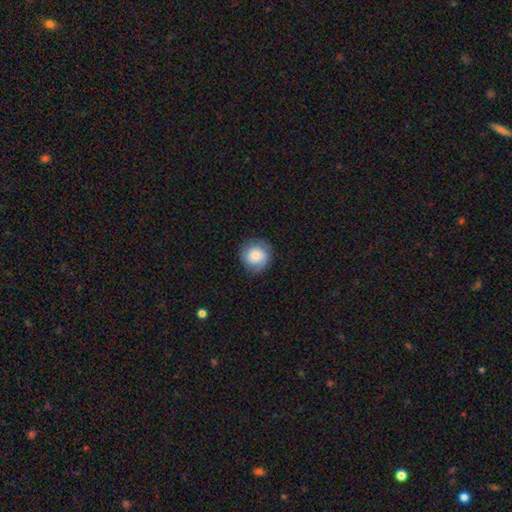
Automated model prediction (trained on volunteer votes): A smooth galaxy with no disk features (76%) that is round (90%).

Vote fractions:
- Smooth or featured? smooth: 76% / featured or disk: 16% / star or artifact: 8%
- How rounded? round: 90% / in between: 9% / cigar-shaped: 1%
- Merging? none: 80% / minor disturbance: 14% / major disturbance: 4% / merger: 1%